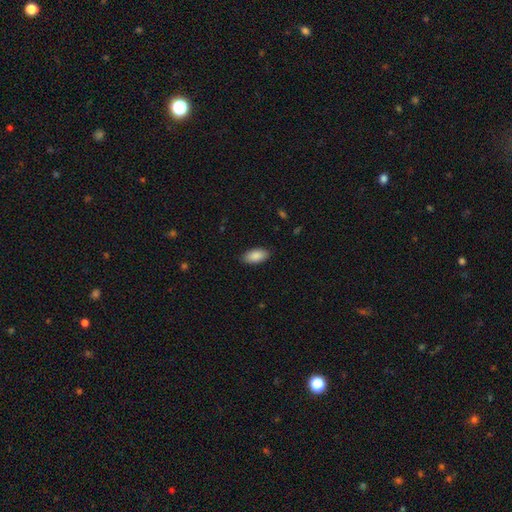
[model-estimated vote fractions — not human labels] smooth_or_featured: smooth (p=0.89) [alt: star or artifact p=0.06]
how_rounded: in between (p=0.94) [alt: cigar-shaped p=0.04]
merging: none (p=0.88) [alt: minor disturbance p=0.09]